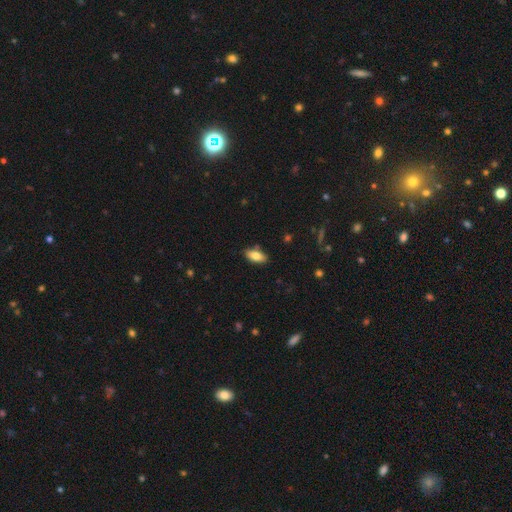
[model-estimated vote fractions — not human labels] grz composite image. It shows a smooth galaxy with no disk features (80%) that is in between round and cigar-shaped (89%). Merging: none (84%).